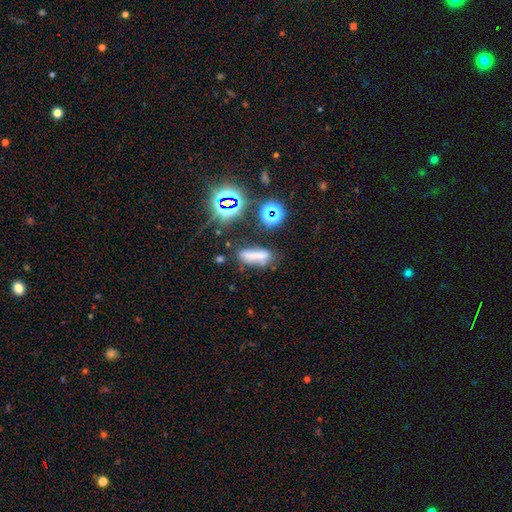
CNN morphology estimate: smooth 59%, star or artifact 23%, featured or disk 18%. Down the decision tree: how rounded — cigar-shaped (48%); merging — none (49%).